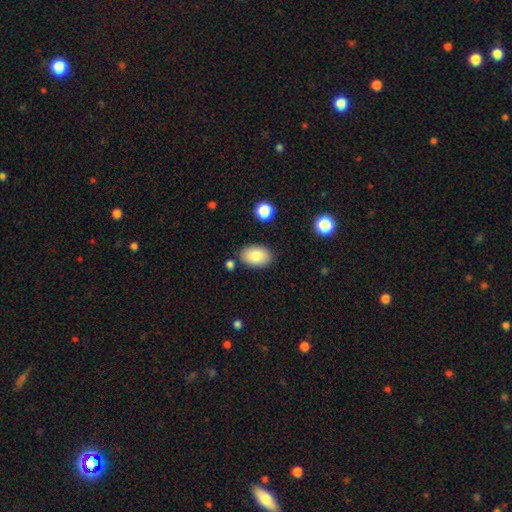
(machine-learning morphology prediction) A smooth galaxy with no disk features (84%) that is in between round and cigar-shaped (90%). Merging: none (82%).